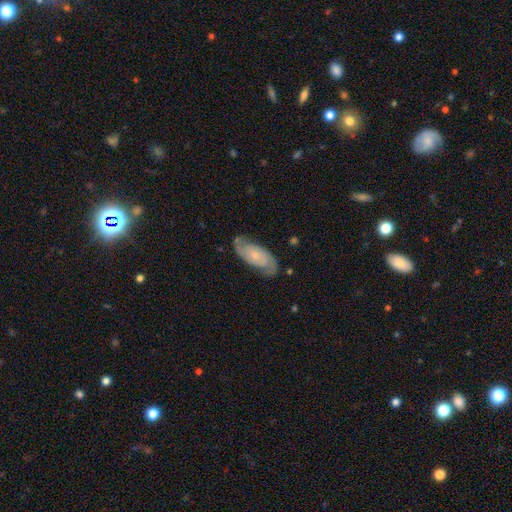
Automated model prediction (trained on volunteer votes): This appears to be a featured or disk galaxy (73%) with no bar (71%), 2 (85%) medium (42%) spiral arms (93%) and a small central bulge (66%). Merging: none (76%).